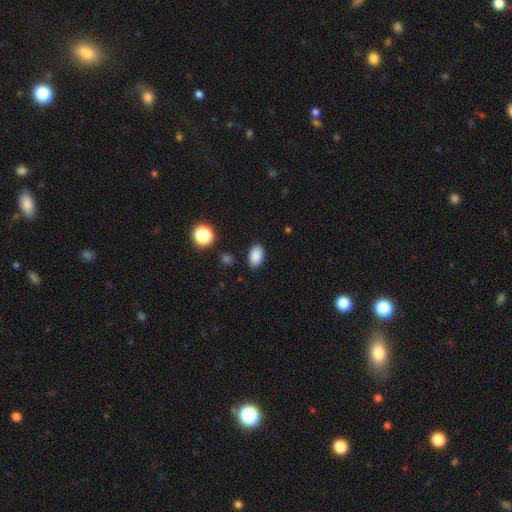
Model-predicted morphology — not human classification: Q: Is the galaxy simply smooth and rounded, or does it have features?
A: smooth — 87%.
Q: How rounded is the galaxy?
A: in between — 88%.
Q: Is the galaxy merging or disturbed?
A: none — 87%.